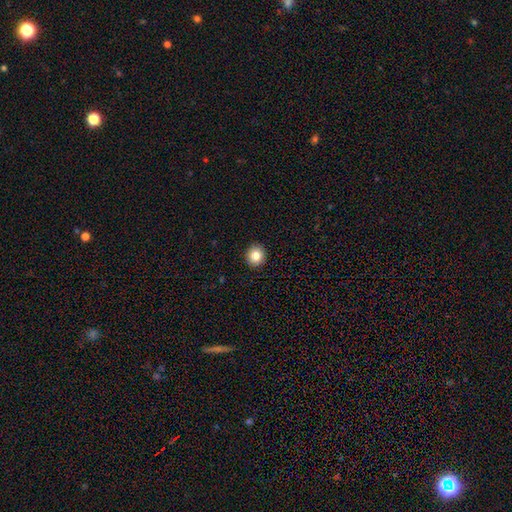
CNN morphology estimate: The model was most divided on "smooth or featured": smooth: 84%, star or artifact: 10%, featured or disk: 7%. More confident: merging — none (92%); how rounded — round (88%).